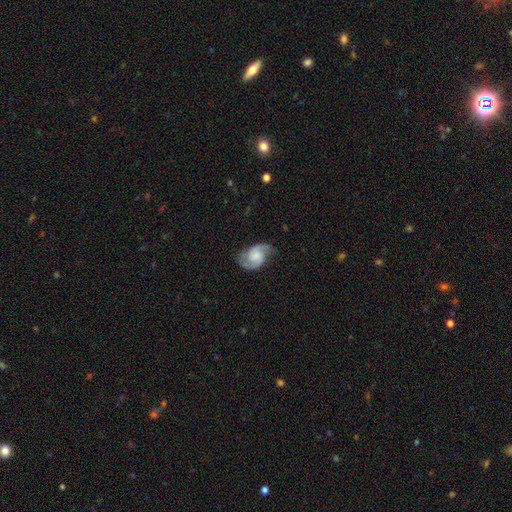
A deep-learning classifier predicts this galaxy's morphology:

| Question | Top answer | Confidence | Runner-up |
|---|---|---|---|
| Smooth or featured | featured or disk | 86% | smooth (9%) |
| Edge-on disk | no | 98% | yes (2%) |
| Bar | no | 55% | weak (37%) |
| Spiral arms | yes | 98% | no (2%) |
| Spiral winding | medium | 54% | tight (26%) |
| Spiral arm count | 2 | 92% | can't tell (3%) |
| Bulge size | small | 32% | tied: none (32%) |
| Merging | none | 74% | minor disturbance (18%) |